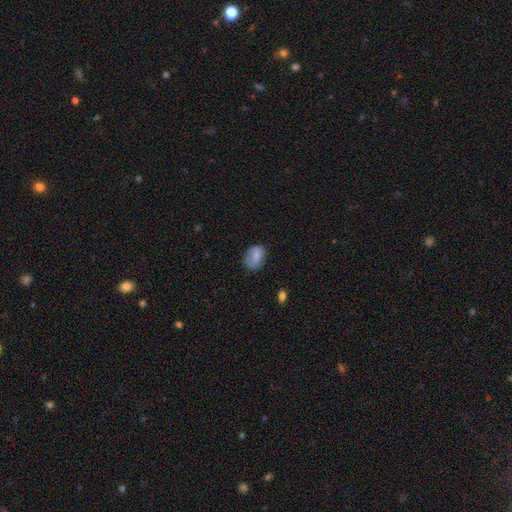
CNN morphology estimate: Q: Smooth or featured?
A: smooth (75%); runner-up: featured or disk (16%)
Q: How rounded?
A: in between (70%); runner-up: round (28%)
Q: Merging?
A: none (62%); runner-up: minor disturbance (25%)